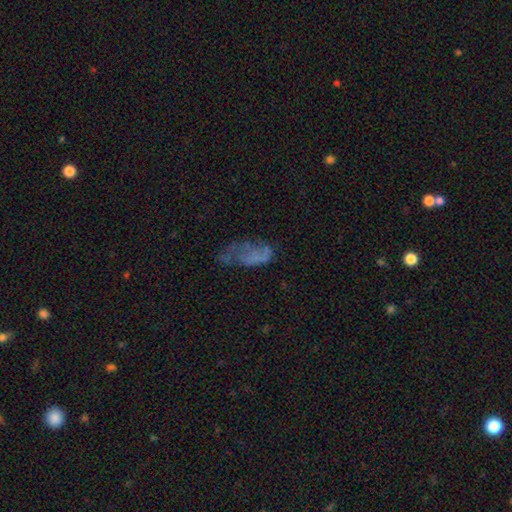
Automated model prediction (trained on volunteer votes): smooth_or_featured: smooth (p=0.46) [alt: featured or disk p=0.39]
merging: major disturbance (p=0.38) [alt: none p=0.31]